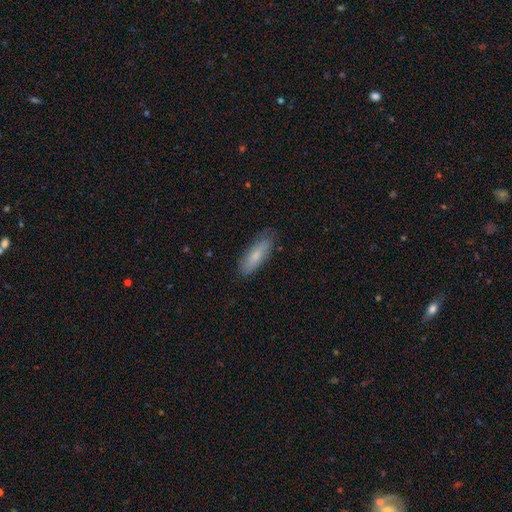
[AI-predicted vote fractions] Overall: smooth (75%). How rounded: in between (55%; cigar-shaped 44%). Merging: none (79%).